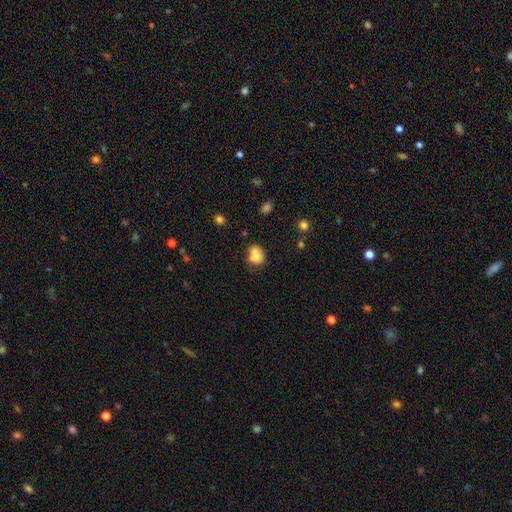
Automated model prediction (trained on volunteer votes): Smooth or featured? Predicted: smooth (p=0.74). How rounded? Predicted: round (p=0.53). Merging? Predicted: none (p=0.44).